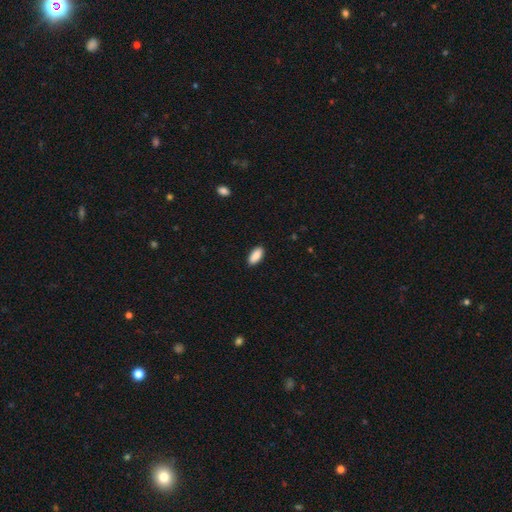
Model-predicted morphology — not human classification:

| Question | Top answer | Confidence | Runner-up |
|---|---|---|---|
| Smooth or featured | smooth | 90% | star or artifact (6%) |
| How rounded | in between | 89% | cigar-shaped (9%) |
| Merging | none | 89% | minor disturbance (8%) |